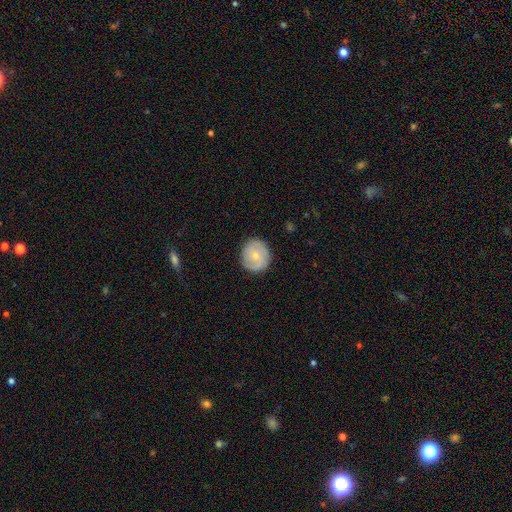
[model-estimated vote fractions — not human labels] This appears to be a smooth galaxy with no disk features (48%). Merging: none (84%).